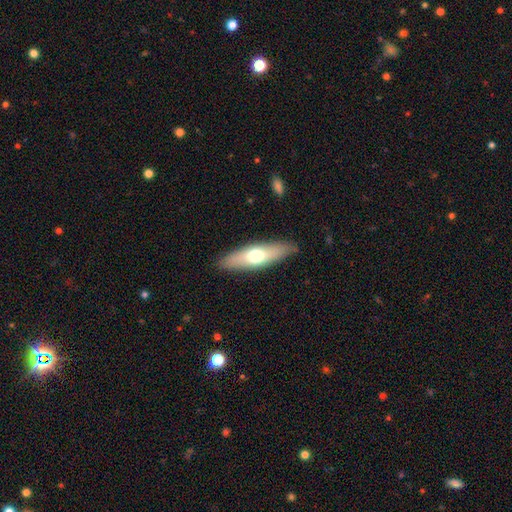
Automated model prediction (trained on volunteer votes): Smooth or featured?
  - smooth: 58% *
  - featured or disk: 36%
  - star or artifact: 5%
How rounded?
  - cigar-shaped: 60% *
  - in between: 38%
  - round: 2%
Merging?
  - none: 87% *
  - minor disturbance: 10%
  - major disturbance: 2%
  - merger: 1%